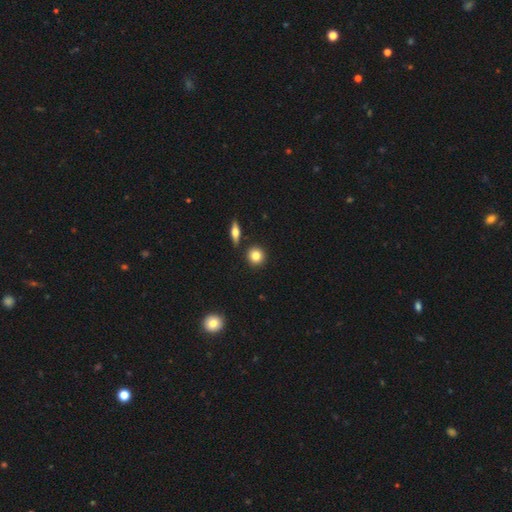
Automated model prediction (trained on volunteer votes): smooth_or_featured: smooth (p=0.82) [alt: featured or disk p=0.09]
how_rounded: round (p=0.88) [alt: in between p=0.10]
merging: none (p=0.87) [alt: minor disturbance p=0.07]